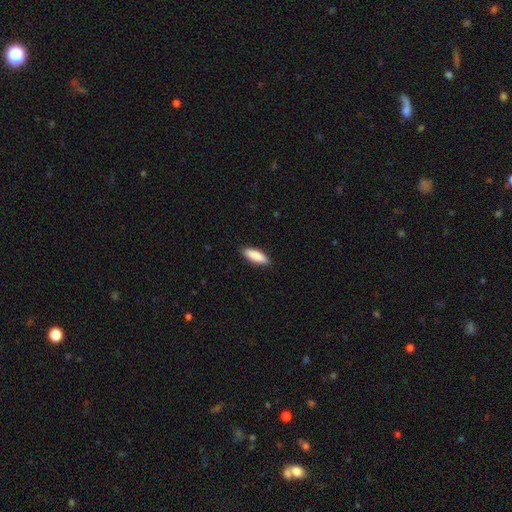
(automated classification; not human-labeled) smooth 88%, featured or disk 6%, star or artifact 5%. Down the decision tree: how rounded — in between (63%); merging — none (88%).